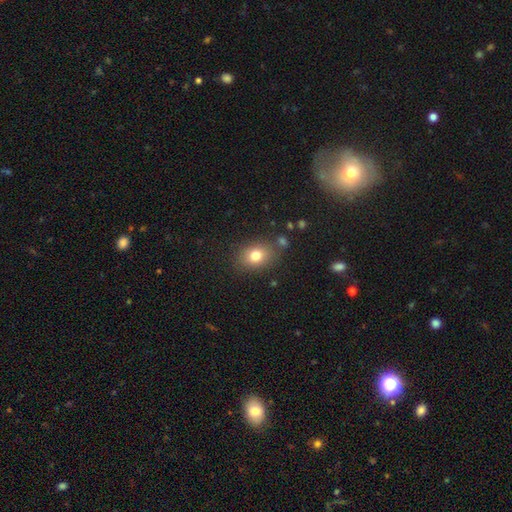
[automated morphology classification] This appears to be a smooth galaxy with no disk features (79%) that is in between round and cigar-shaped (61%). Merging: none (79%).